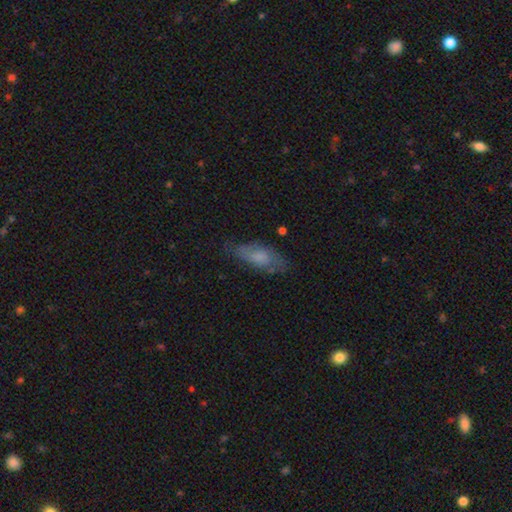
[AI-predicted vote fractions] Smooth or featured? smooth (53%)
How rounded? in between (63%)
Merging? none (71%)